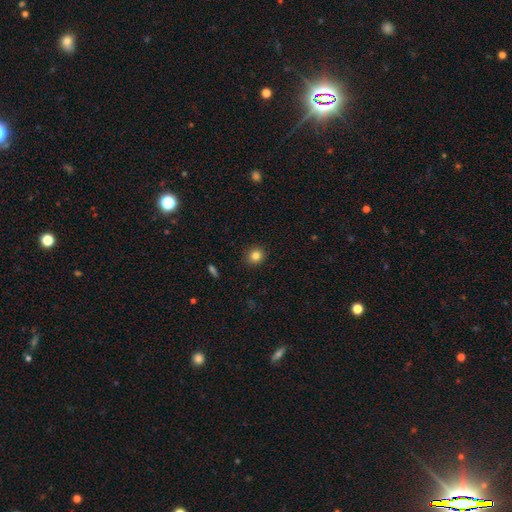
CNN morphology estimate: smooth 83%, star or artifact 11%, featured or disk 6%. Down the decision tree: how rounded — round (87%); merging — none (90%).